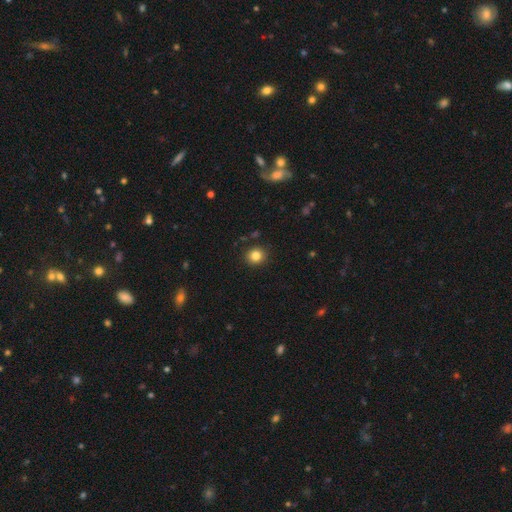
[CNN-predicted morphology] Q: Smooth or featured?
A: smooth (83%); runner-up: star or artifact (11%)
Q: How rounded?
A: round (86%); runner-up: in between (13%)
Q: Merging?
A: none (90%); runner-up: minor disturbance (7%)